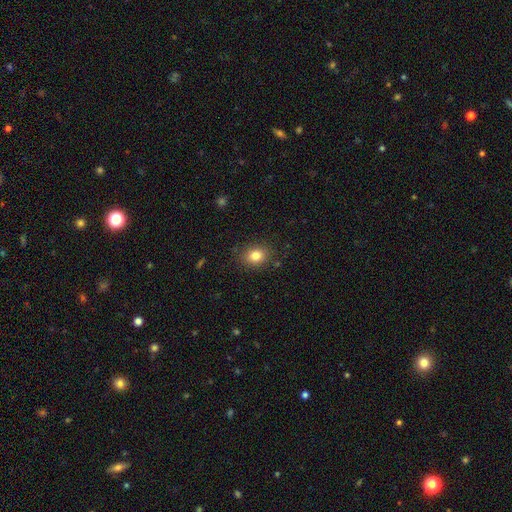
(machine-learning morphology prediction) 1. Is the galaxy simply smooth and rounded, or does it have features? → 82% smooth, 11% star or artifact, 7% featured or disk.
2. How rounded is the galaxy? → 51% in between, 48% round, 1% cigar-shaped.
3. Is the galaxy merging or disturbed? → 85% none, 10% minor disturbance, 3% major disturbance, 1% merger.